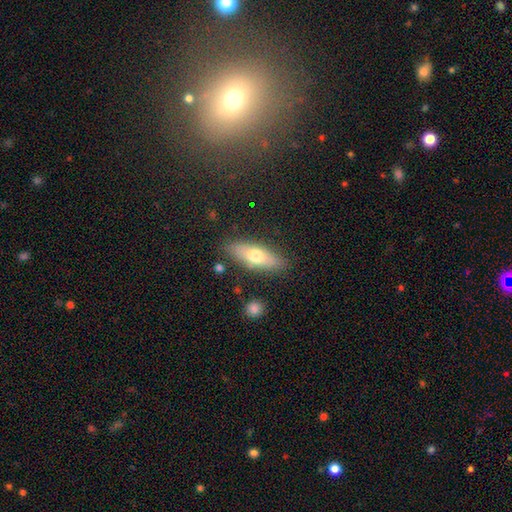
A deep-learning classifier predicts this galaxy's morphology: A smooth galaxy with no disk features (65%) that is in between round and cigar-shaped (59%).

Vote fractions:
- Smooth or featured? smooth: 65% / featured or disk: 29% / star or artifact: 7%
- How rounded? in between: 59% / cigar-shaped: 38% / round: 3%
- Merging? none: 84% / minor disturbance: 11% / major disturbance: 3% / merger: 2%